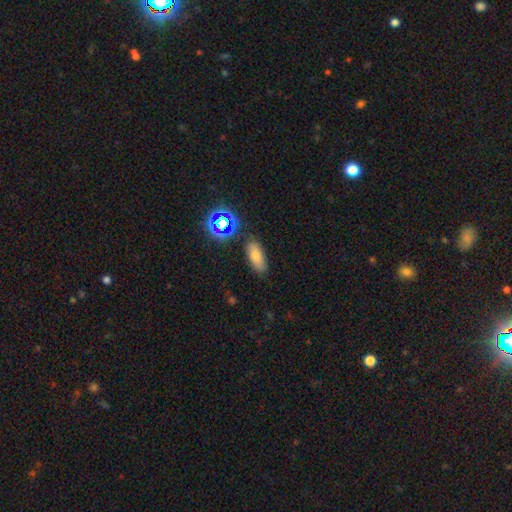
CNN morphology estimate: Smooth or featured?
  - smooth: 71% *
  - star or artifact: 17%
  - featured or disk: 12%
How rounded?
  - in between: 79% *
  - cigar-shaped: 15%
  - round: 5%
Merging?
  - none: 81% *
  - minor disturbance: 13%
  - major disturbance: 4%
  - merger: 3%